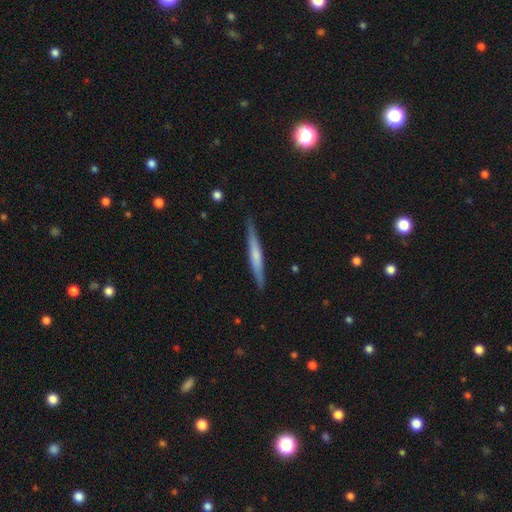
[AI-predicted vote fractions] Smooth or featured? Predicted: featured or disk (p=0.49). Merging? Predicted: none (p=0.88).